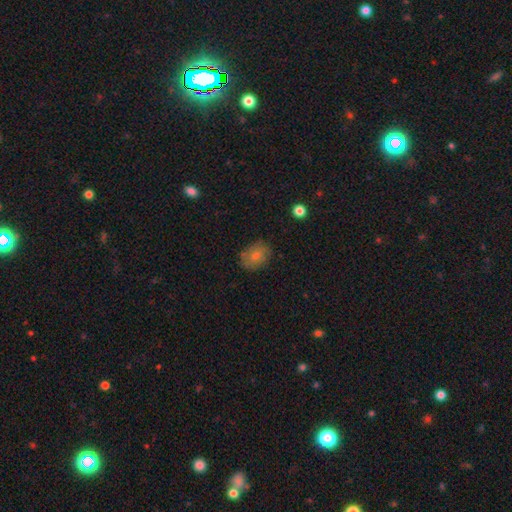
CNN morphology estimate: type=smooth (66%); roundness=in between (64%); merging=none (81%).